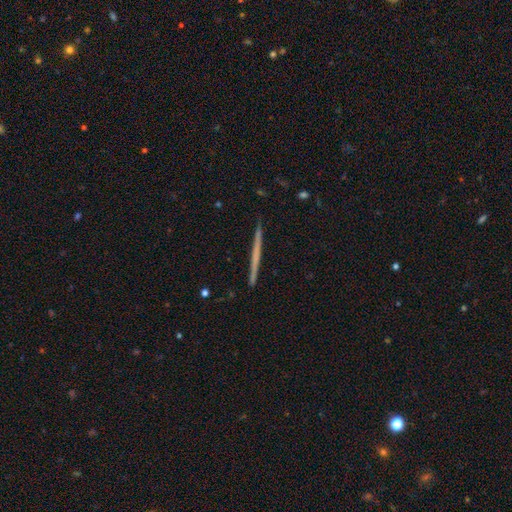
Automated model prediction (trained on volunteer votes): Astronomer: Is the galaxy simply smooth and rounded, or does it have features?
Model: featured or disk — 55% (runner-up: smooth, 40%).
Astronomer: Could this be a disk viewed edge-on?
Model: yes — 98%.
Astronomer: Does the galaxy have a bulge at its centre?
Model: none — 90%.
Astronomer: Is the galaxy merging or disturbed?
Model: none — 93%.